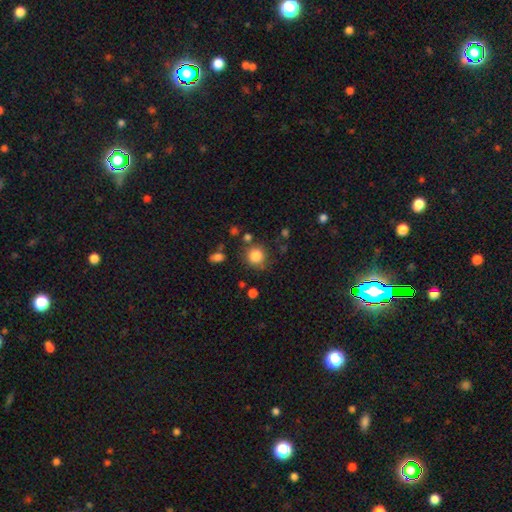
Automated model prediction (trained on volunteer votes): Overall: smooth (84%). How rounded: round (91%). Merging: none (79%).